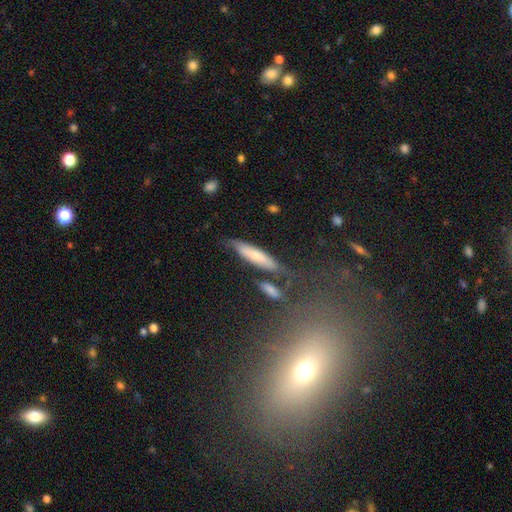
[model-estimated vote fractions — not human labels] smooth 65%, featured or disk 28%, star or artifact 7%. Down the decision tree: how rounded — cigar-shaped (78%); merging — none (66%).